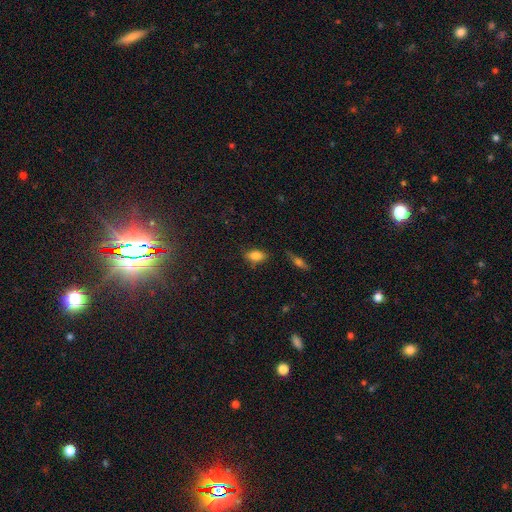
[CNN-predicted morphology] smooth_or_featured: smooth (p=0.79) [alt: featured or disk p=0.11]
how_rounded: in between (p=0.87) [alt: round p=0.08]
merging: none (p=0.79) [alt: minor disturbance p=0.15]